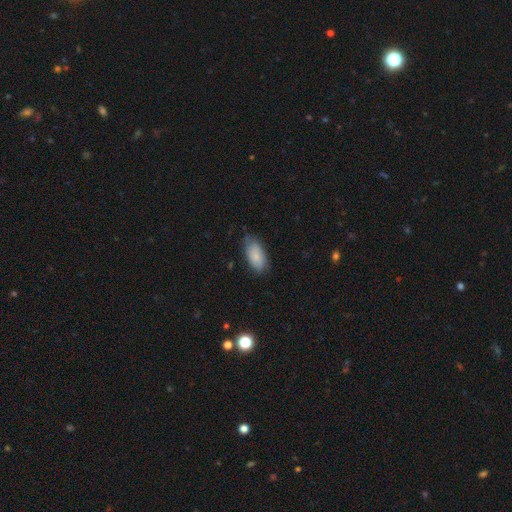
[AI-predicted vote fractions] The model was most divided on "merging": none: 69%, minor disturbance: 25%, major disturbance: 4%, merger: 1%. More confident: how rounded — in between (92%); smooth or featured — smooth (81%).